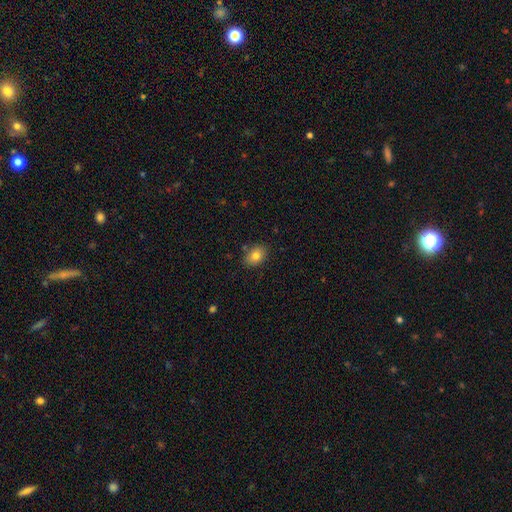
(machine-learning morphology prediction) Smooth or featured? Predicted: smooth (p=0.81). How rounded? Predicted: in between (p=0.73). Merging? Predicted: none (p=0.84).